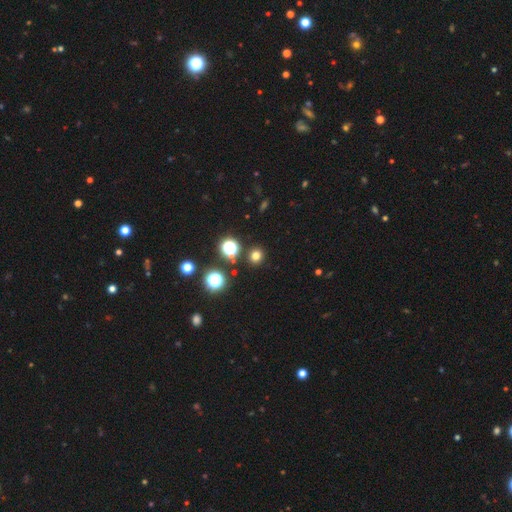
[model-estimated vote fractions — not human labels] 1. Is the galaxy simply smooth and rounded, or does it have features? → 73% smooth, 22% star or artifact, 5% featured or disk.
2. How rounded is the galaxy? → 89% round, 10% in between, 1% cigar-shaped.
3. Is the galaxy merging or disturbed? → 89% none, 6% minor disturbance, 3% merger, 2% major disturbance.